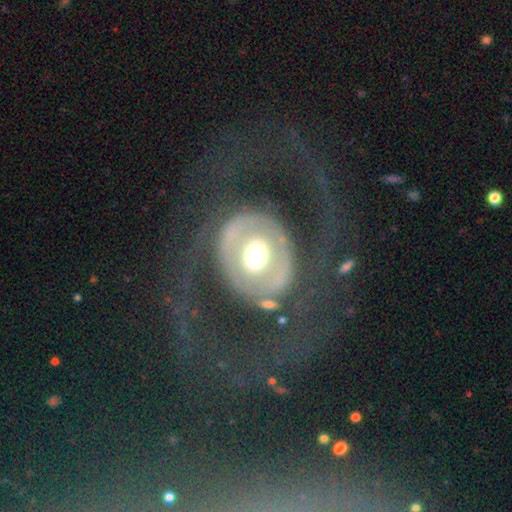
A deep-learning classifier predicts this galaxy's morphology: Overall: featured or disk (69%). Edge-on disk: no (96%). Bar: no (70%). Spiral arms: no (56%; yes 44%). Bulge size: moderate (62%; large 26%). Merging: none (52%; major disturbance 32%).